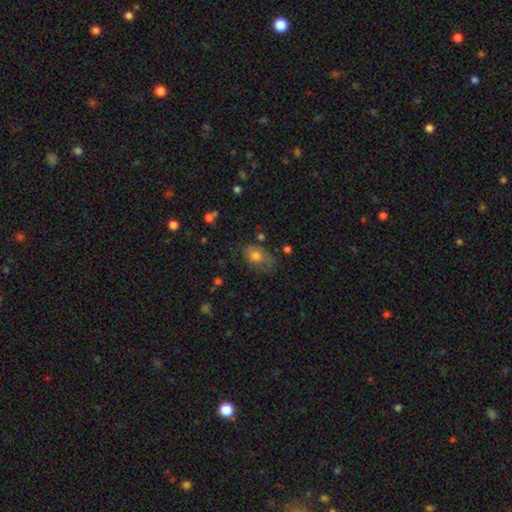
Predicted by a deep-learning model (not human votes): Smooth or featured: smooth — 67% (featured or disk — 23%)
How rounded: in between — 81% (round — 18%)
Merging: none — 51% (minor disturbance — 29%)